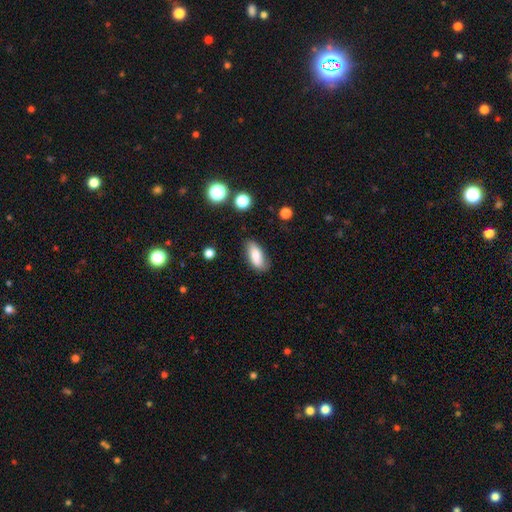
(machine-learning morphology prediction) smooth 79%, featured or disk 13%, star or artifact 8%. Down the decision tree: how rounded — in between (80%); merging — none (78%).